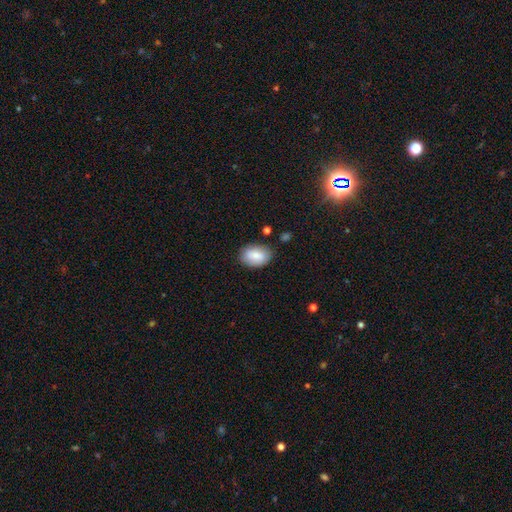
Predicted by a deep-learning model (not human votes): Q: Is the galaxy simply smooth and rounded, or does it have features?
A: smooth — 84%.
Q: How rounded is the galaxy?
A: in between — 85%.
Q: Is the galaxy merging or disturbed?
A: none — 79%.